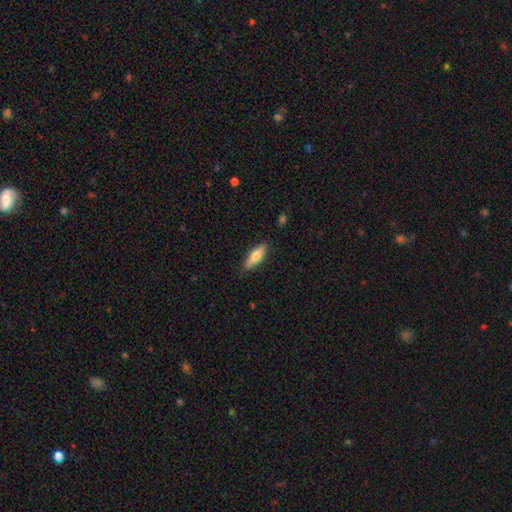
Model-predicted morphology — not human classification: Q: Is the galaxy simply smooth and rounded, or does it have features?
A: smooth — 70%.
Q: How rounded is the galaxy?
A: in between — 50%.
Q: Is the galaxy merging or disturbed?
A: none — 84%.